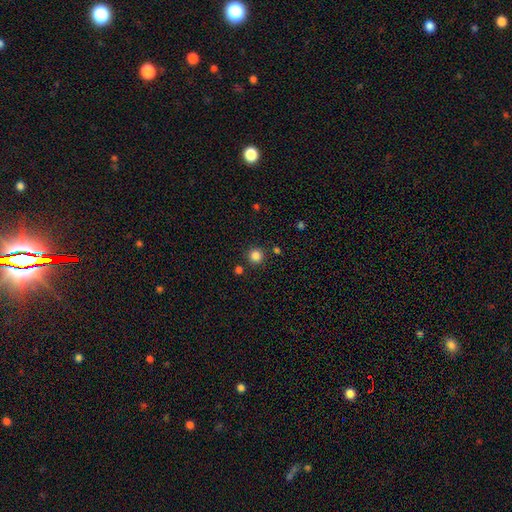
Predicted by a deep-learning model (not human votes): A smooth galaxy with no disk features (84%) that is round (95%).

Vote fractions:
- Smooth or featured? smooth: 84% / star or artifact: 12% / featured or disk: 4%
- How rounded? round: 95% / in between: 4% / cigar-shaped: 1%
- Merging? none: 87% / minor disturbance: 6% / merger: 5% / major disturbance: 2%